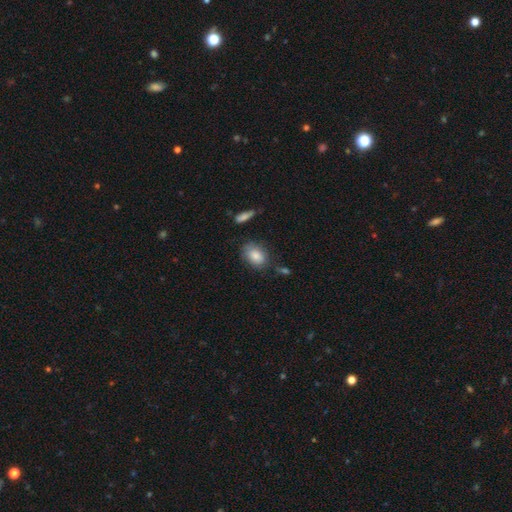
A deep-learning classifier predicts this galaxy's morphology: smooth-or-featured: smooth: 82% | featured or disk: 11% | star or artifact: 7%
  how-rounded: in between: 73% | round: 25% | cigar-shaped: 1%
  merging: none: 67% | minor disturbance: 23% | major disturbance: 6% | merger: 4%